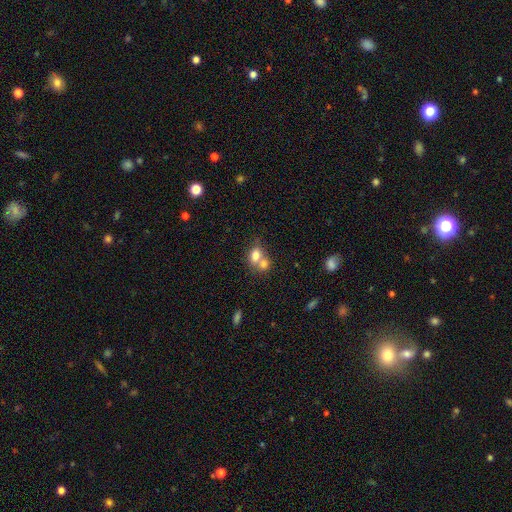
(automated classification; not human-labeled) Smooth or featured?
  - smooth: 76% *
  - featured or disk: 15%
  - star or artifact: 10%
How rounded?
  - in between: 57% *
  - round: 42%
  - cigar-shaped: 1%
Merging?
  - merger: 60% *
  - none: 28%
  - minor disturbance: 8%
  - major disturbance: 4%